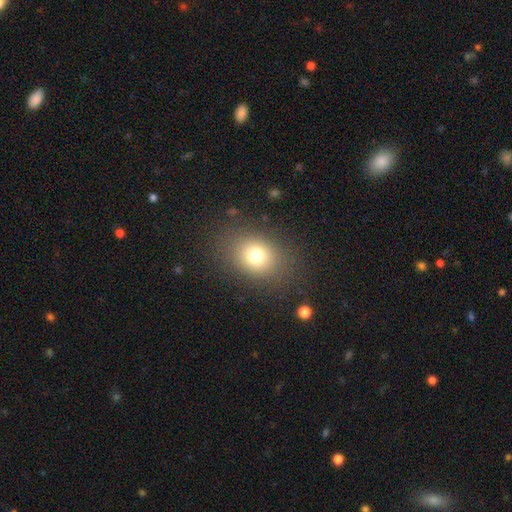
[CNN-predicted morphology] Overall: smooth (75%). How rounded: in between (50%; round 49%). Merging: none (83%).